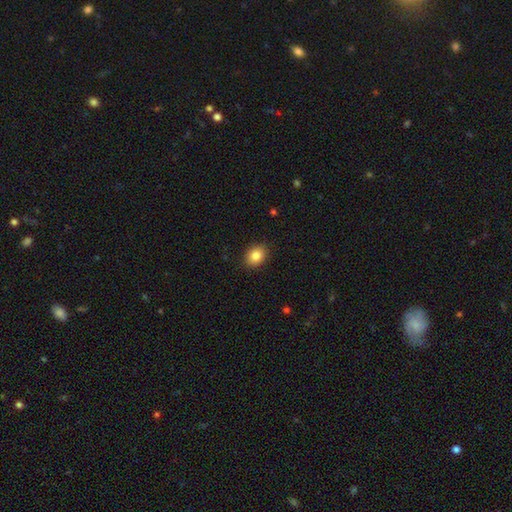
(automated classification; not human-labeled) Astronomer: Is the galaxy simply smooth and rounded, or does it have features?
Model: smooth — 86%.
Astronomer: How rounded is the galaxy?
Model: in between — 60% (runner-up: round, 39%).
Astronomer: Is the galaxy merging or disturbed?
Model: none — 89%.